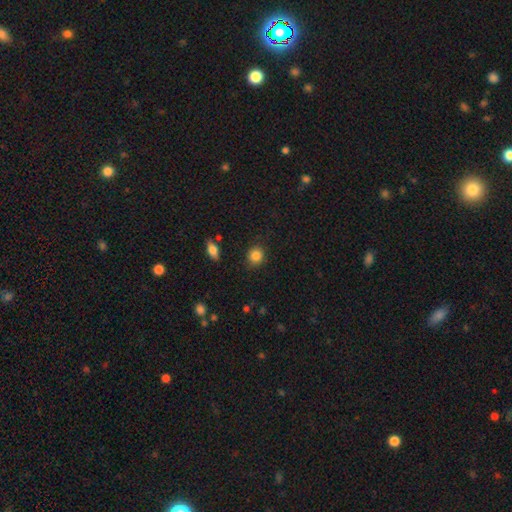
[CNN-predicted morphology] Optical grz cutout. It shows a smooth galaxy with no disk features (85%) that is round (80%). Merging: none (87%).